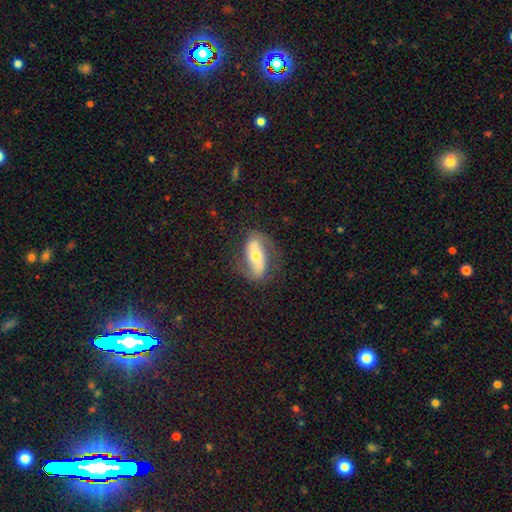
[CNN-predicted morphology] A featured or disk galaxy (68%) with a strong bar (46%), spiral arms (80%) and a moderate central bulge (58%).

Vote fractions:
- Smooth or featured? featured or disk: 68% / smooth: 26% / star or artifact: 6%
- Edge-on disk? no: 89% / yes: 11%
- Bar? strong: 46% / no: 31% / weak: 23%
- Spiral arms? yes: 80% / no: 20%
- Bulge size? moderate: 58% / small: 34% / large: 6% / dominant: 1% / none: 1%
- Merging? none: 75% / minor disturbance: 16% / major disturbance: 8% / merger: 1%